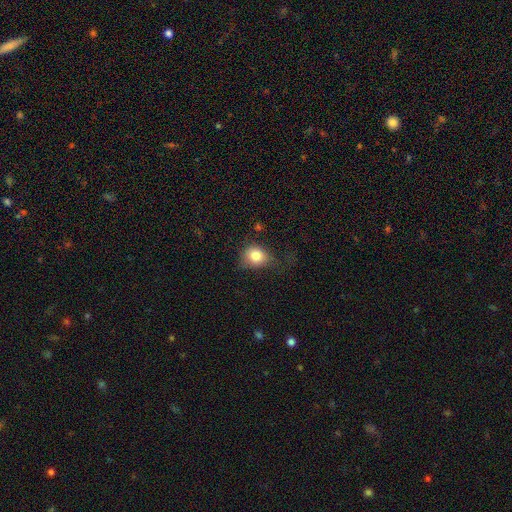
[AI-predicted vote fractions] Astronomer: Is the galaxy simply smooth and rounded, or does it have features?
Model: smooth — 81%.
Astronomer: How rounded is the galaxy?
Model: round — 64%.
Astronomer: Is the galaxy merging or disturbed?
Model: none — 47% (runner-up: minor disturbance, 32%).